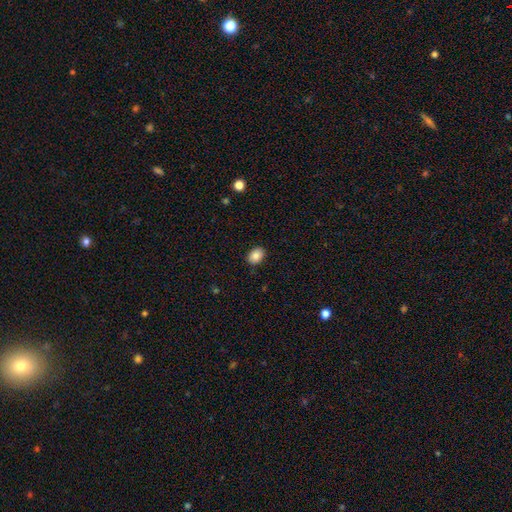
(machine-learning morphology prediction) Smooth or featured? smooth (85%)
How rounded? in between (74%)
Merging? none (89%)